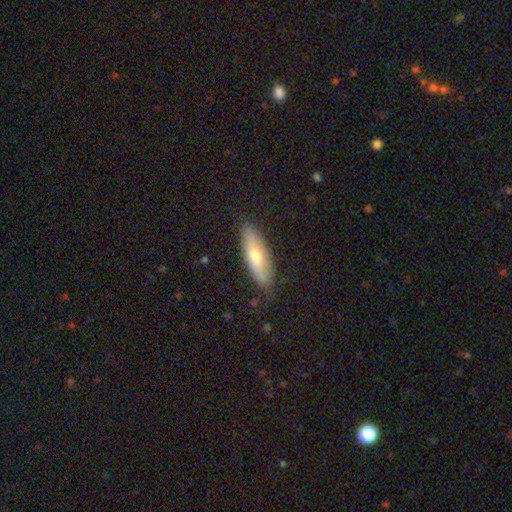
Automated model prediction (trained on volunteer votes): Morphology: type=smooth (62%); roundness=in between (50%); merging=none (84%).